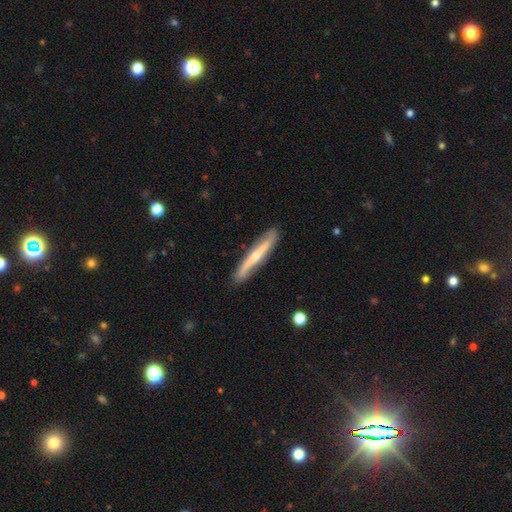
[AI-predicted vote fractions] smooth-or-featured: featured or disk: 66% | smooth: 29% | star or artifact: 5%
  disk-edge-on: yes: 81% | no: 19%
    edge-on-bulge: rounded: 78% | none: 18% | boxy: 4%
  merging: none: 84% | minor disturbance: 12% | major disturbance: 2% | merger: 1%